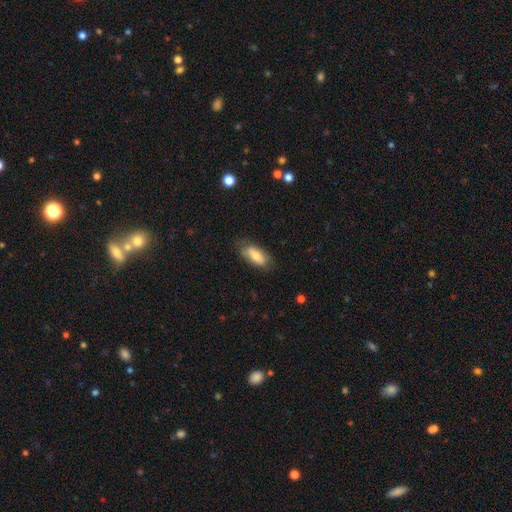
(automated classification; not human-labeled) Q: Smooth or featured?
A: smooth (69%); runner-up: featured or disk (25%)
Q: How rounded?
A: in between (83%); runner-up: cigar-shaped (14%)
Q: Merging?
A: none (72%); runner-up: minor disturbance (21%)